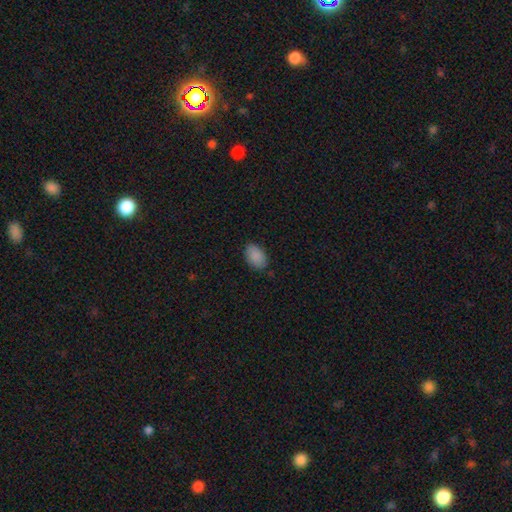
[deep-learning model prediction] Smooth or featured? smooth (89%)
How rounded? in between (91%)
Merging? none (85%)